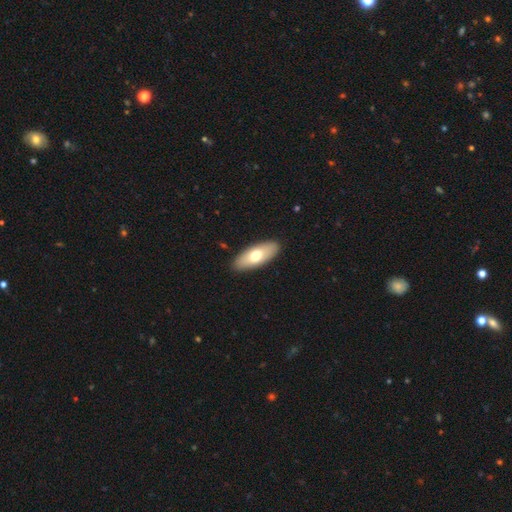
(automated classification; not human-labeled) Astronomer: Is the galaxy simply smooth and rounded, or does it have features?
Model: smooth — 67%.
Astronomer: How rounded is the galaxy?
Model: in between — 81%.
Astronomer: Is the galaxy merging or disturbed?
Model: none — 90%.